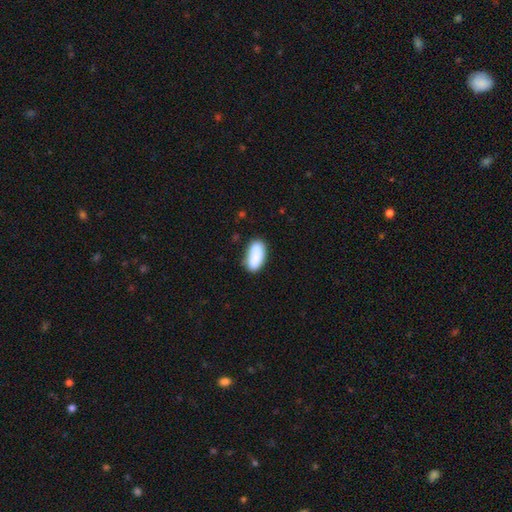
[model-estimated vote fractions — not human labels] smooth-or-featured: smooth: 86% | star or artifact: 7% | featured or disk: 7%
  how-rounded: in between: 90% | cigar-shaped: 7% | round: 3%
  merging: none: 68% | minor disturbance: 20% | merger: 6% | major disturbance: 5%